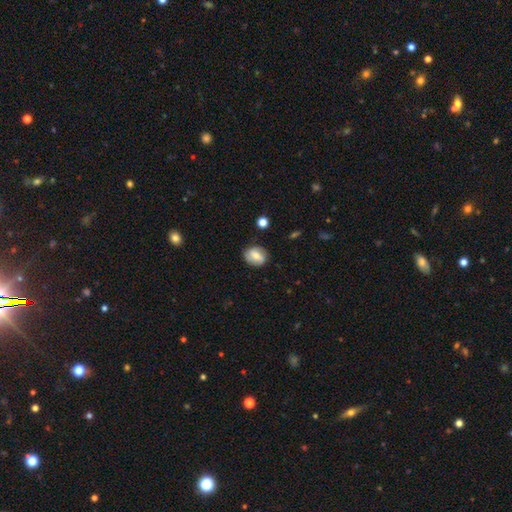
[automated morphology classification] Q: Smooth or featured?
A: smooth (53%); runner-up: featured or disk (39%)
Q: How rounded?
A: round (51%); runner-up: in between (48%)
Q: Merging?
A: none (78%); runner-up: minor disturbance (17%)